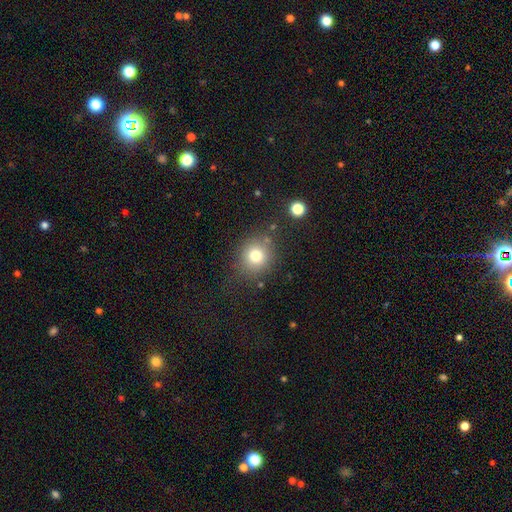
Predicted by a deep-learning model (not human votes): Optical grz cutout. It shows a smooth galaxy with no disk features (77%) that is round (86%). Merging: none (80%).